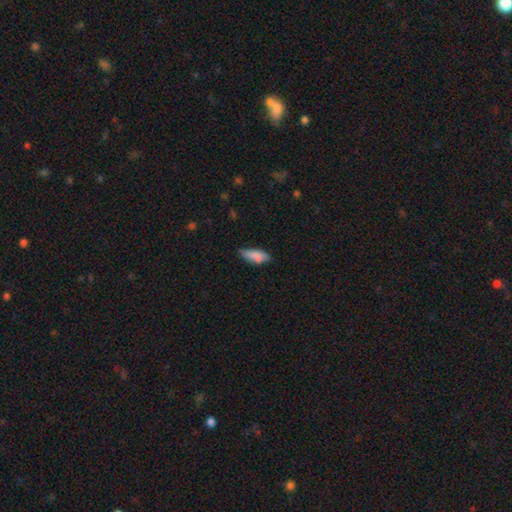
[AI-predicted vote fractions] Smooth or featured? Predicted: smooth (p=0.83). How rounded? Predicted: in between (p=0.72). Merging? Predicted: none (p=0.63).